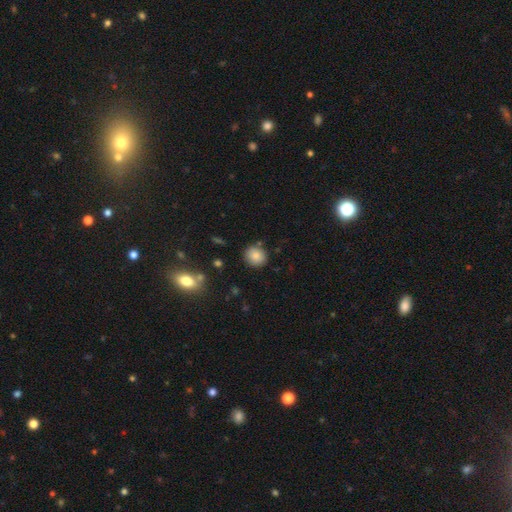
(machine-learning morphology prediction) This appears to be a smooth galaxy with no disk features (82%) that is round (83%). Merging: none (84%).